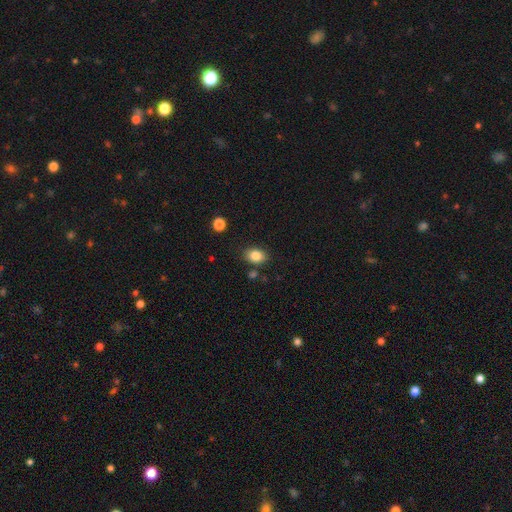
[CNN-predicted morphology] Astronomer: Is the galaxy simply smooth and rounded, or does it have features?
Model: smooth — 84%.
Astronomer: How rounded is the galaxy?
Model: in between — 70%.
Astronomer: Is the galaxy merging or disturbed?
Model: none — 82%.